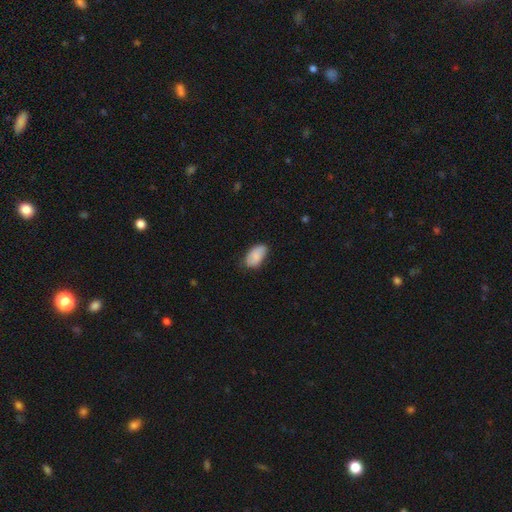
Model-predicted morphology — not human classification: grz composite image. It shows a smooth galaxy with no disk features (84%) that is in between round and cigar-shaped (94%). Merging: none (68%).